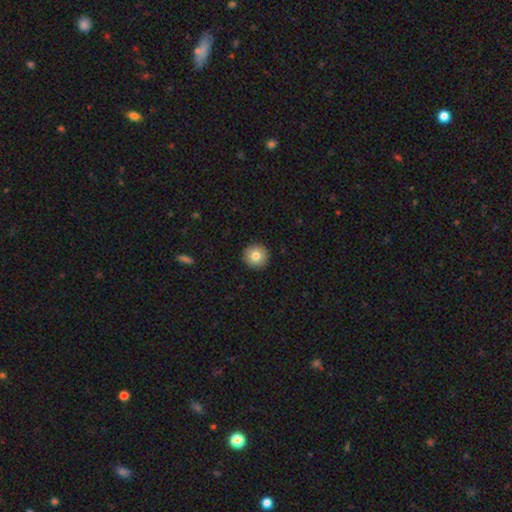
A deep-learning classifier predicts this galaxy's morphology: The model was most divided on "smooth or featured": smooth: 80%, featured or disk: 11%, star or artifact: 9%. More confident: how rounded — round (96%); merging — none (93%).